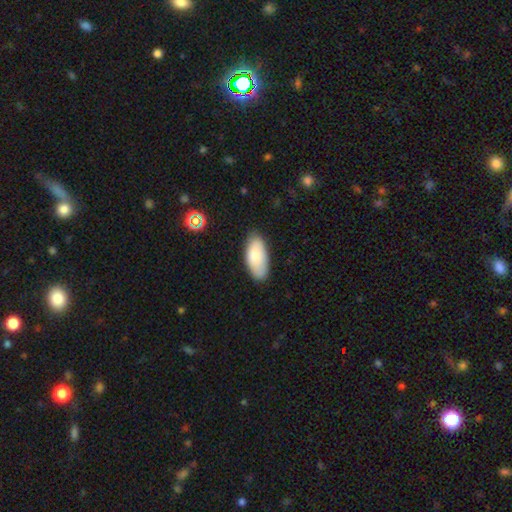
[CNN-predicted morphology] Q: Smooth or featured?
A: smooth (83%); runner-up: featured or disk (10%)
Q: How rounded?
A: in between (92%); runner-up: cigar-shaped (6%)
Q: Merging?
A: none (81%); runner-up: minor disturbance (14%)